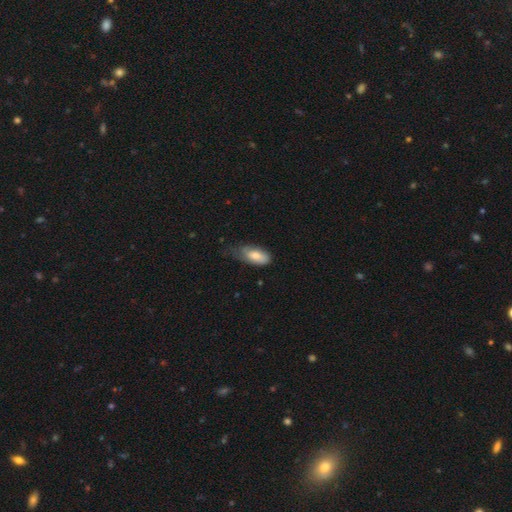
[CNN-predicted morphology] smooth_or_featured: smooth (p=0.75) [alt: featured or disk p=0.18]
how_rounded: in between (p=0.88) [alt: cigar-shaped p=0.09]
merging: minor disturbance (p=0.43) [alt: none p=0.39]